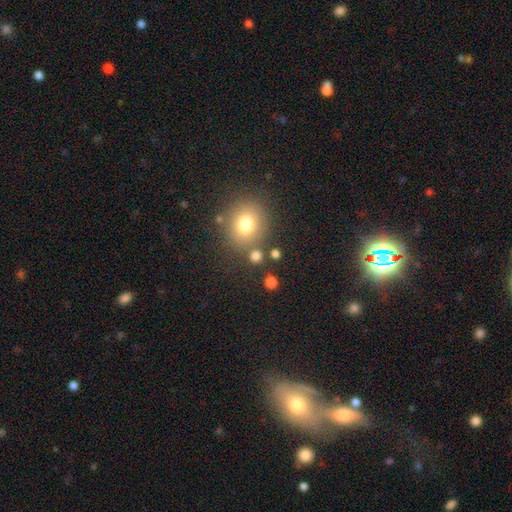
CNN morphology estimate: This is likely a smooth galaxy (76%). How rounded: clearly round (85%). Merging: likely none (77%).